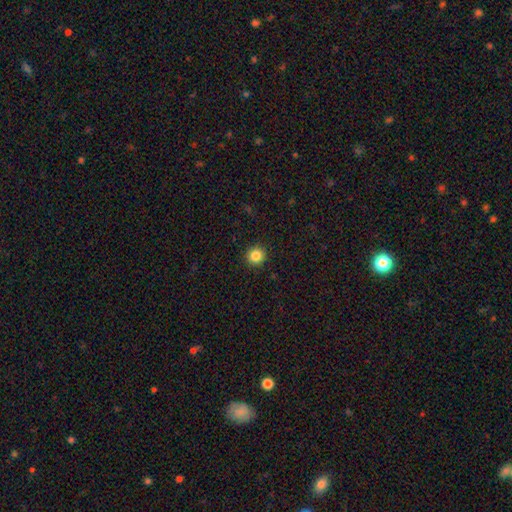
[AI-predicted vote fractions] Smooth or featured?
  - smooth: 85% *
  - star or artifact: 11%
  - featured or disk: 5%
How rounded?
  - round: 94% *
  - in between: 5%
  - cigar-shaped: 1%
Merging?
  - none: 93% *
  - minor disturbance: 5%
  - major disturbance: 2%
  - merger: 1%